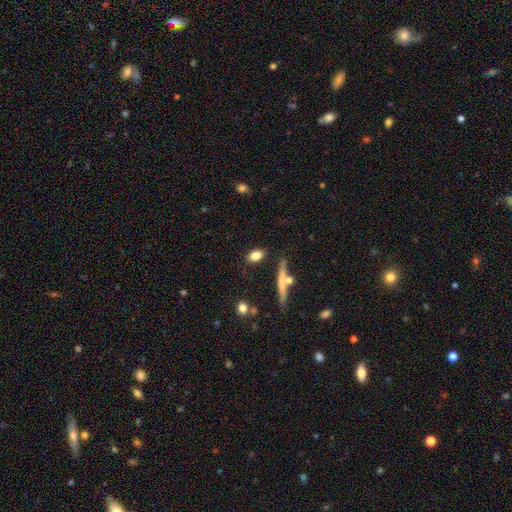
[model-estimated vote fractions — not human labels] Morphology: type=smooth (79%); roundness=in between (80%); merging=none (80%).